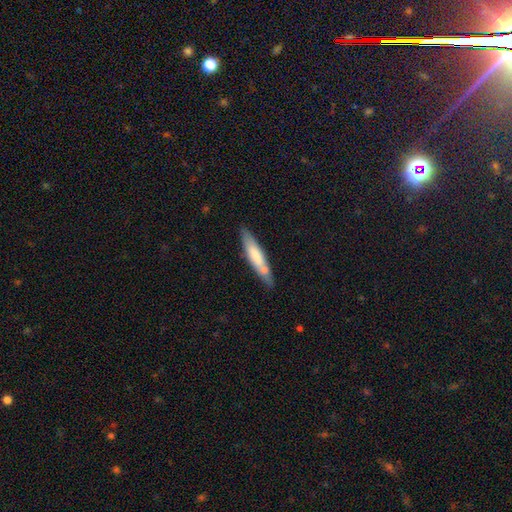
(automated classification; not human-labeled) This is likely a smooth galaxy (66%). How rounded: clearly cigar-shaped (82%). Merging: likely none (72%).